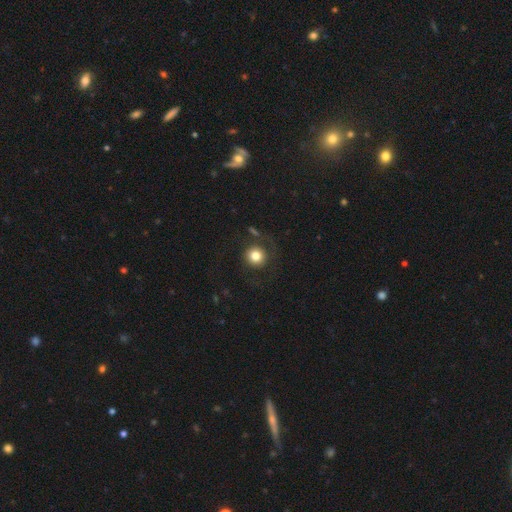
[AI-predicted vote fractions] Smooth or featured?
  - smooth: 80% *
  - featured or disk: 11%
  - star or artifact: 9%
How rounded?
  - round: 94% *
  - in between: 5%
  - cigar-shaped: 1%
Merging?
  - none: 77% *
  - minor disturbance: 11%
  - major disturbance: 9%
  - merger: 3%